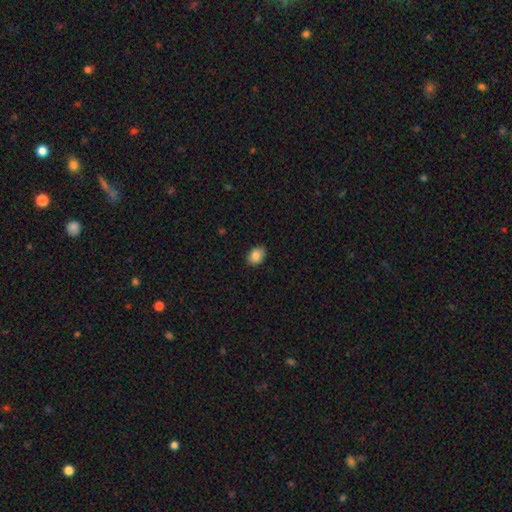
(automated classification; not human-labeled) smooth-or-featured: smooth: 86% | star or artifact: 8% | featured or disk: 6%
  how-rounded: in between: 71% | round: 28% | cigar-shaped: 1%
  merging: none: 86% | minor disturbance: 11% | major disturbance: 2% | merger: 1%